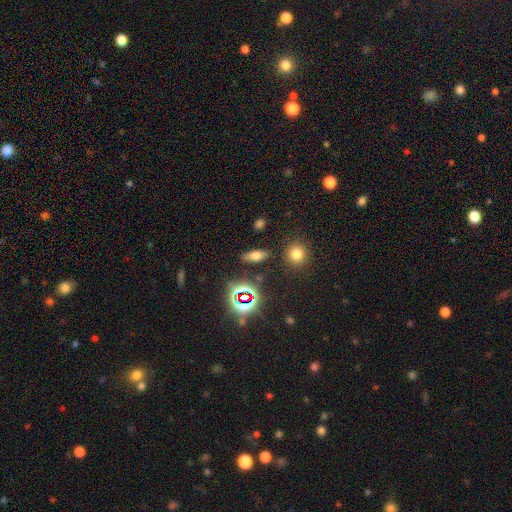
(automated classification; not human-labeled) A smooth galaxy with no disk features (57%) that is in between round and cigar-shaped (67%).

Vote fractions:
- Smooth or featured? smooth: 57% / star or artifact: 25% / featured or disk: 17%
- How rounded? in between: 67% / cigar-shaped: 24% / round: 9%
- Merging? none: 85% / minor disturbance: 9% / major disturbance: 3% / merger: 3%